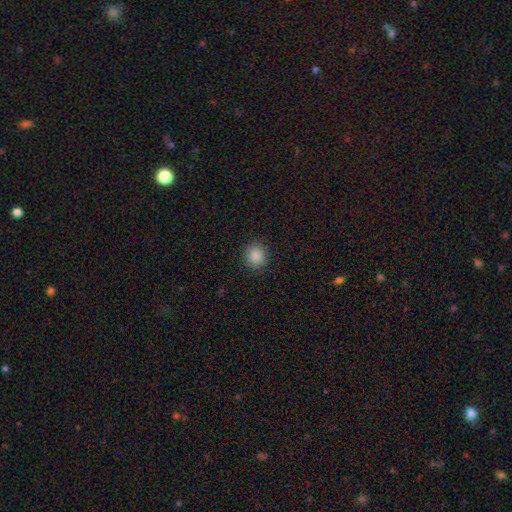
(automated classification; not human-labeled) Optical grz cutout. It shows a smooth galaxy with no disk features (88%) that is round (84%). Merging: none (89%).